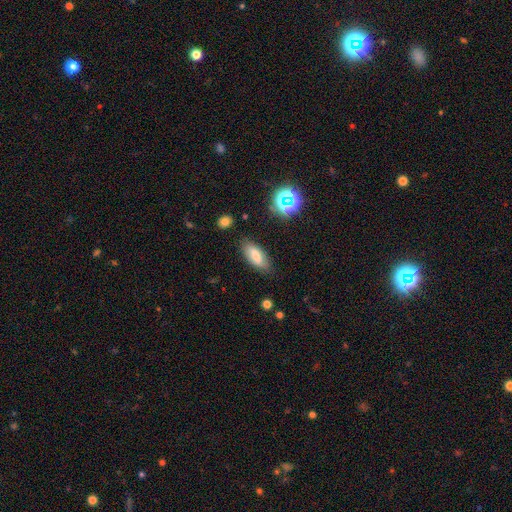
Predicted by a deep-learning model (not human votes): Q: Smooth or featured?
A: smooth (73%); runner-up: featured or disk (17%)
Q: How rounded?
A: in between (77%); runner-up: cigar-shaped (21%)
Q: Merging?
A: none (82%); runner-up: minor disturbance (13%)